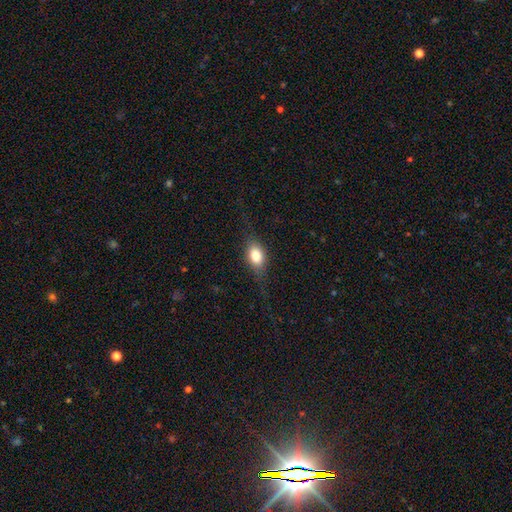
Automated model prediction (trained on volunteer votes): Q: Smooth or featured?
A: smooth (71%); runner-up: featured or disk (21%)
Q: How rounded?
A: in between (77%); runner-up: round (14%)
Q: Merging?
A: none (73%); runner-up: minor disturbance (18%)